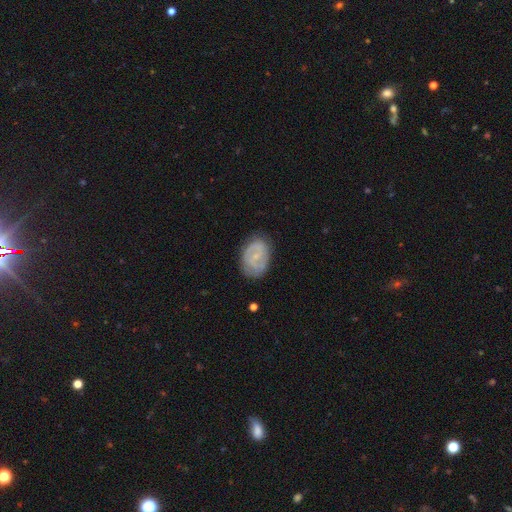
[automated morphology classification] smooth_or_featured: featured or disk (p=0.62) [alt: smooth p=0.31]
disk_edge_on: no (p=0.97) [alt: yes p=0.03]
bar: no (p=0.46) [alt: weak p=0.43]
has_spiral_arms: yes (p=0.74) [alt: no p=0.26]
bulge_size: small (p=0.70) [alt: moderate p=0.19]
merging: none (p=0.74) [alt: minor disturbance p=0.19]